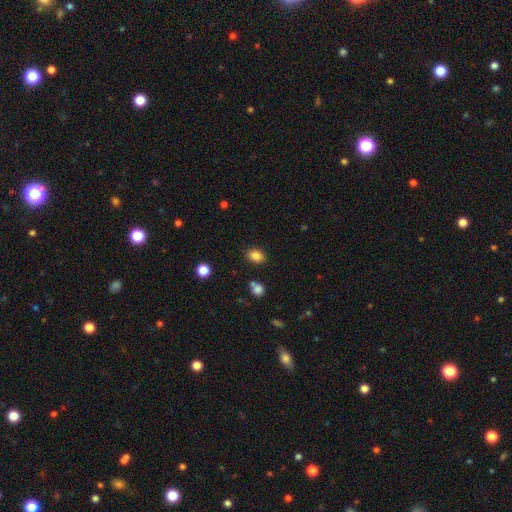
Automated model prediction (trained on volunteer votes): A smooth galaxy with no disk features (84%) that is in between round and cigar-shaped (65%). Merging: none (83%).